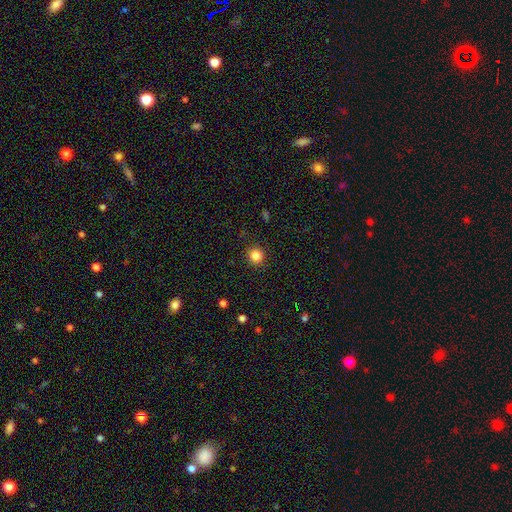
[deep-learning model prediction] Smooth or featured?
  - smooth: 84% *
  - star or artifact: 12%
  - featured or disk: 4%
How rounded?
  - round: 94% *
  - in between: 5%
  - cigar-shaped: 1%
Merging?
  - none: 91% *
  - minor disturbance: 6%
  - major disturbance: 2%
  - merger: 1%